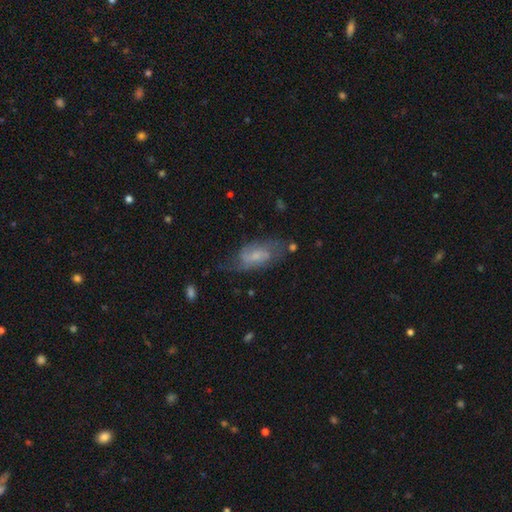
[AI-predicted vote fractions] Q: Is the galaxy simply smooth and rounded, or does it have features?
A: featured or disk — 62%.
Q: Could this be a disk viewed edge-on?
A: no — 91%.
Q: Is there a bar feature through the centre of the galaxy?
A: no — 48%.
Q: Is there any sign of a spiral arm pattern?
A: yes — 82%.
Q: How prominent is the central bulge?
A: small — 53%.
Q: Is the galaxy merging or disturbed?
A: none — 57%.